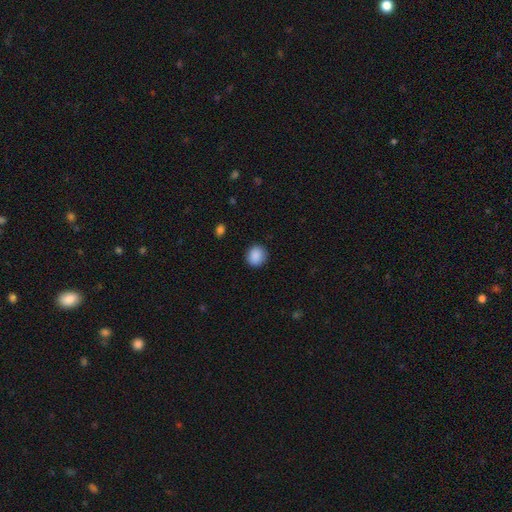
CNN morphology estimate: smooth-or-featured: smooth: 89% | star or artifact: 8% | featured or disk: 3%
  how-rounded: round: 81% | in between: 18% | cigar-shaped: 1%
  merging: none: 89% | minor disturbance: 8% | major disturbance: 2% | merger: 1%